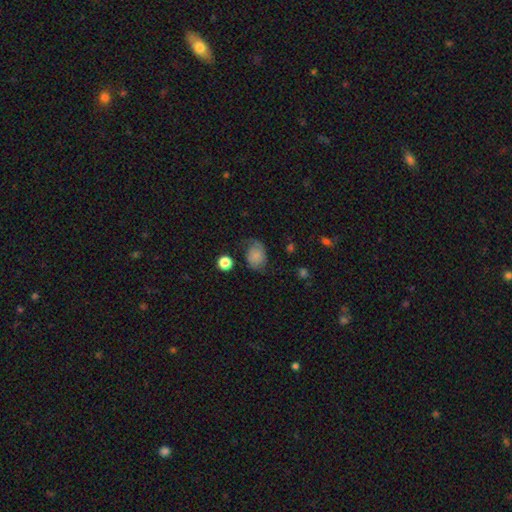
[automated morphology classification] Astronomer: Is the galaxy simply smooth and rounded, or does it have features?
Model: smooth — 66%.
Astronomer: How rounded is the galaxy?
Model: in between — 59% (runner-up: round, 40%).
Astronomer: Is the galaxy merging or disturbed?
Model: none — 52% (runner-up: minor disturbance, 31%).